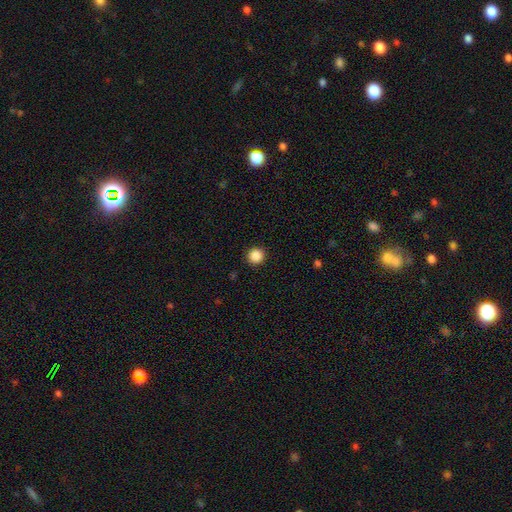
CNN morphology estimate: Smooth or featured? smooth (87%)
How rounded? round (95%)
Merging? none (92%)